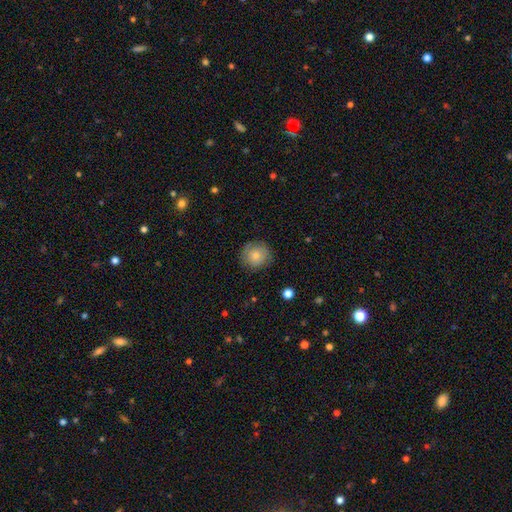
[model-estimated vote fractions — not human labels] Smooth or featured?
  - smooth: 76% *
  - featured or disk: 16%
  - star or artifact: 8%
How rounded?
  - round: 92% *
  - in between: 7%
  - cigar-shaped: 1%
Merging?
  - none: 81% *
  - minor disturbance: 14%
  - major disturbance: 4%
  - merger: 1%